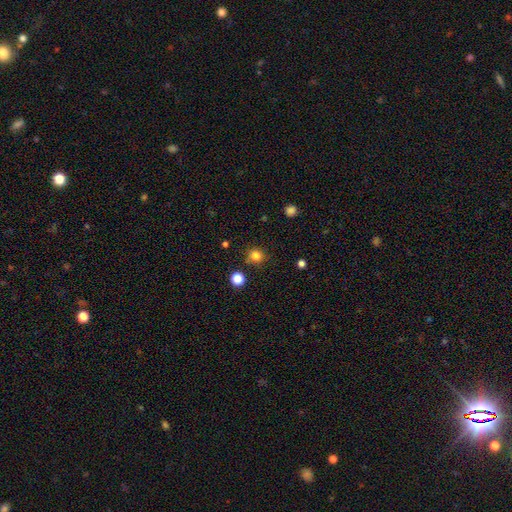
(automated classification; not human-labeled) smooth-or-featured: smooth: 81% | star or artifact: 14% | featured or disk: 5%
  how-rounded: round: 88% | in between: 11% | cigar-shaped: 1%
  merging: none: 81% | minor disturbance: 10% | merger: 5% | major disturbance: 3%